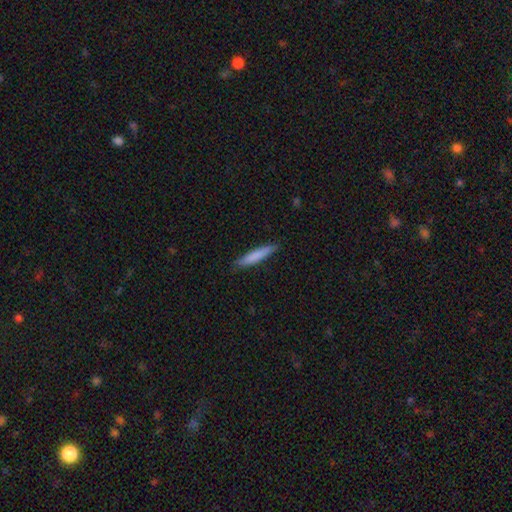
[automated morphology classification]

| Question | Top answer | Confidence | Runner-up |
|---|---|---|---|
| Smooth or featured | smooth | 79% | featured or disk (15%) |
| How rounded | cigar-shaped | 91% | in between (8%) |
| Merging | none | 87% | minor disturbance (10%) |